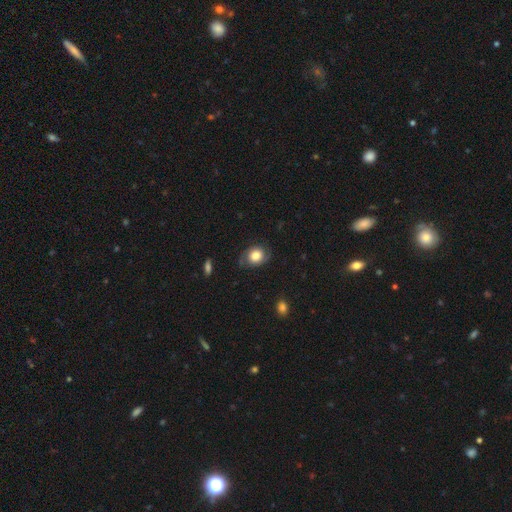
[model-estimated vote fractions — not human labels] Smooth or featured?
  - smooth: 60% *
  - featured or disk: 31%
  - star or artifact: 9%
How rounded?
  - round: 51% *
  - in between: 48%
  - cigar-shaped: 1%
Merging?
  - none: 70% *
  - minor disturbance: 21%
  - major disturbance: 7%
  - merger: 1%